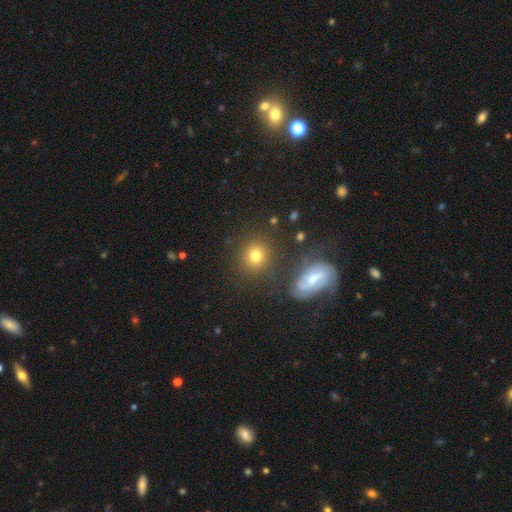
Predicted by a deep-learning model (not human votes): A smooth galaxy with no disk features (74%) that is round (81%).

Vote fractions:
- Smooth or featured? smooth: 74% / star or artifact: 13% / featured or disk: 12%
- How rounded? round: 81% / in between: 18% / cigar-shaped: 1%
- Merging? none: 78% / minor disturbance: 10% / merger: 8% / major disturbance: 4%